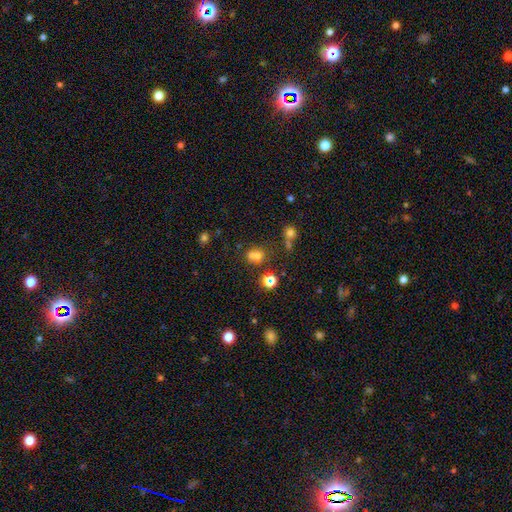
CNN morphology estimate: The model was most divided on "merging": none: 43%, merger: 42%, minor disturbance: 10%, major disturbance: 5%. More confident: how rounded — round (69%); smooth or featured — smooth (61%).